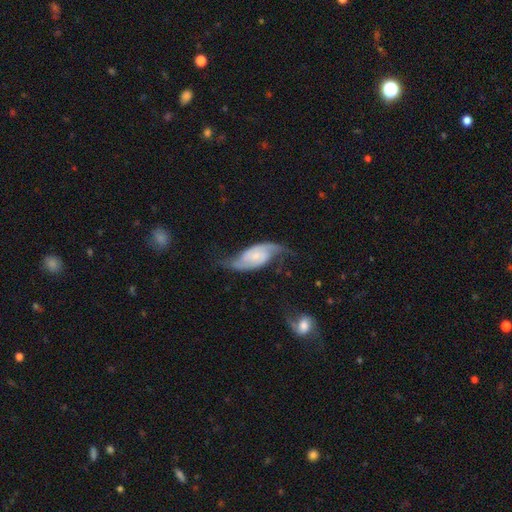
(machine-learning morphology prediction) Smooth or featured?
  - featured or disk: 85% *
  - smooth: 10%
  - star or artifact: 5%
Edge-on disk?
  - no: 95% *
  - yes: 5%
Bar?
  - no: 58% *
  - weak: 32%
  - strong: 10%
Spiral arms?
  - yes: 96% *
  - no: 4%
Spiral winding?
  - loose: 43% *
  - medium: 40%
  - tight: 17%
Spiral arm count?
  - 2: 92% *
  - can't tell: 3%
  - 1: 2%
  - 3: 1%
  - 4: 1%
  - more than 4: 1%
Bulge size?
  - small: 64% *
  - moderate: 22%
  - none: 10%
  - large: 3%
  - dominant: 1%
Merging?
  - none: 65% *
  - minor disturbance: 20%
  - major disturbance: 12%
  - merger: 3%